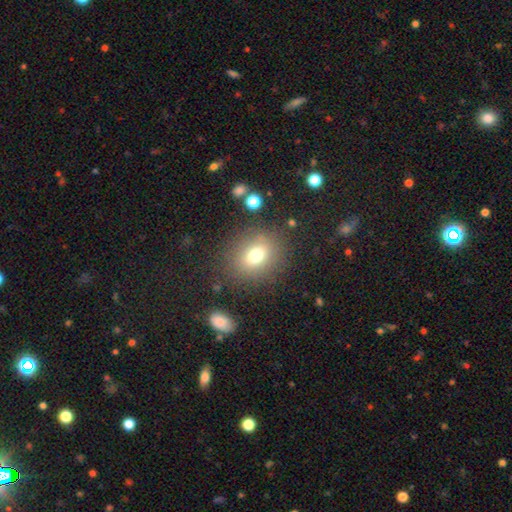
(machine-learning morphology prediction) smooth_or_featured: smooth (p=0.73) [alt: star or artifact p=0.14]
how_rounded: round (p=0.55) [alt: in between p=0.43]
merging: none (p=0.82) [alt: minor disturbance p=0.10]